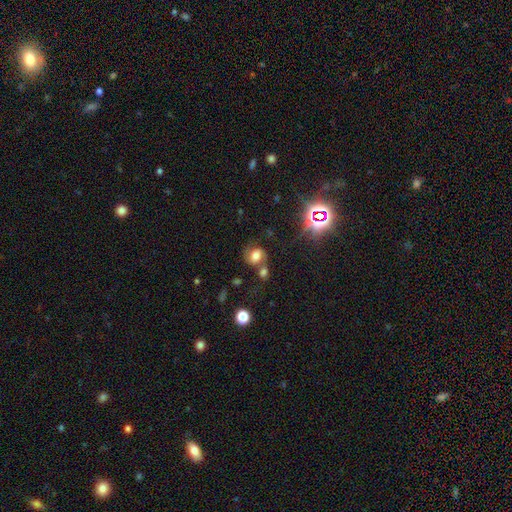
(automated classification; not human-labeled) This appears to be a smooth galaxy with no disk features (48%). Merging: none (49%).